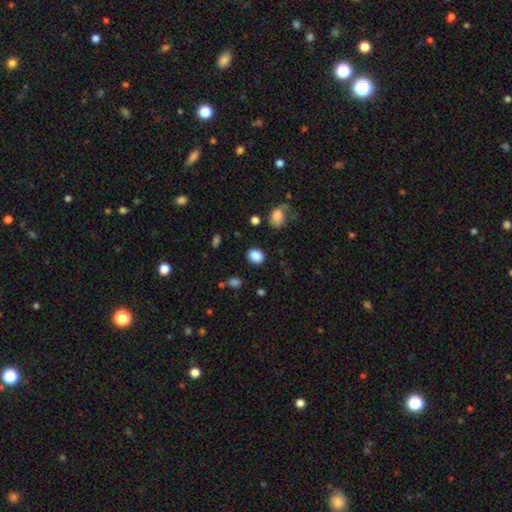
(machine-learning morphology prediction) smooth 86%, star or artifact 9%, featured or disk 4%. Down the decision tree: how rounded — round (57%); merging — none (85%).